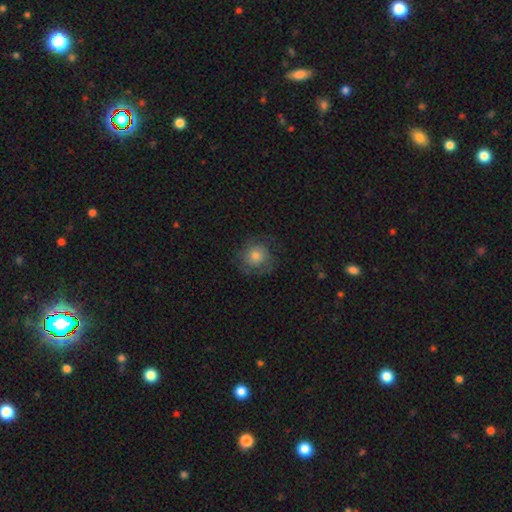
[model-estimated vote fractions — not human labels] A smooth galaxy with no disk features (64%) that is round (90%). Merging: none (72%).